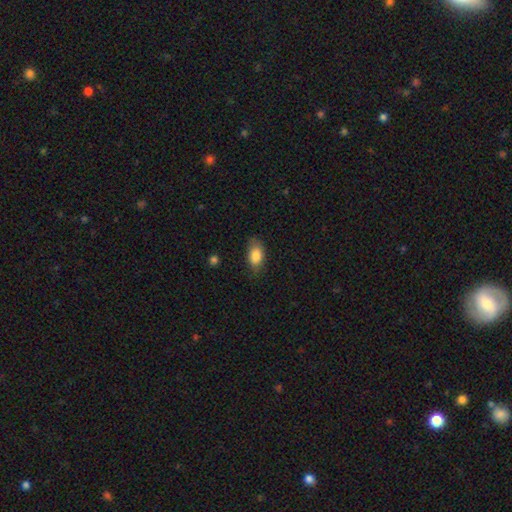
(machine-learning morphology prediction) Smooth or featured? Predicted: smooth (p=0.84). How rounded? Predicted: in between (p=0.89). Merging? Predicted: none (p=0.69).